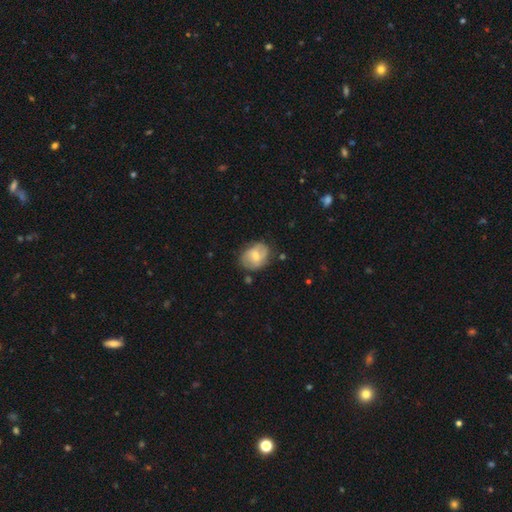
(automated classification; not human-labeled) smooth 48%, featured or disk 46%, star or artifact 7%. Down the decision tree: merging — none (68%).